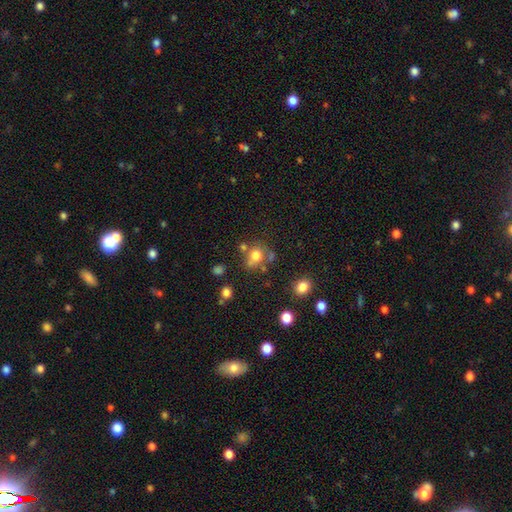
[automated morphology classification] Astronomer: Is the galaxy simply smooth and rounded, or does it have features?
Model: smooth — 74%.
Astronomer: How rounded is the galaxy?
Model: round — 72%.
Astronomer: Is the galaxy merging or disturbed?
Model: none — 53%.